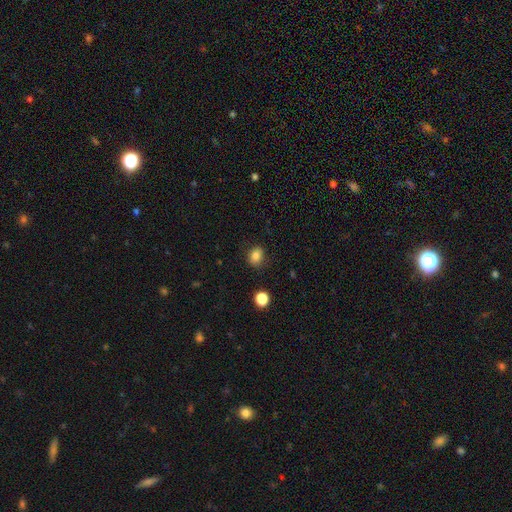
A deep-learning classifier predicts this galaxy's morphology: Smooth or featured? Predicted: smooth (p=0.83). How rounded? Predicted: in between (p=0.56). Merging? Predicted: none (p=0.84).